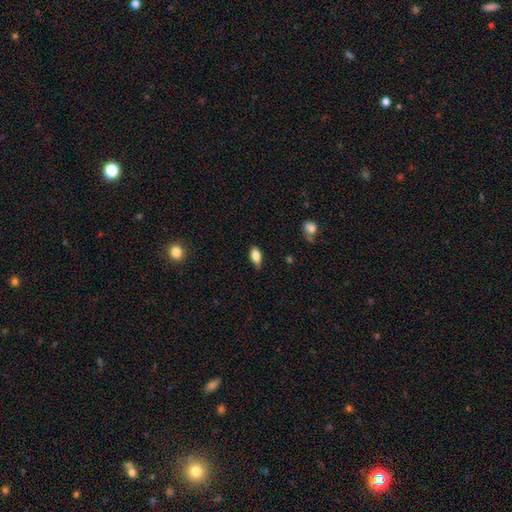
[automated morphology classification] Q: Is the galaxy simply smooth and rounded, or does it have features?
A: smooth — 78%.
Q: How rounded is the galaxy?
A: in between — 88%.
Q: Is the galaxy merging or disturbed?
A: none — 74%.